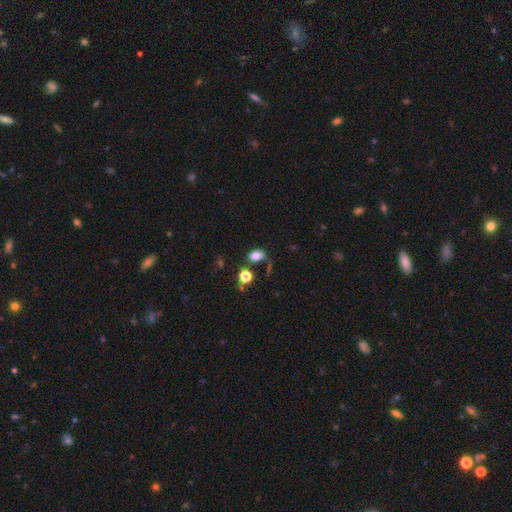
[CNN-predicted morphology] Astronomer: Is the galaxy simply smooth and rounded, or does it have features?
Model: smooth — 79%.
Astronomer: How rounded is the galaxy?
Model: in between — 77%.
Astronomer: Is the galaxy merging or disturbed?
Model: none — 55%.